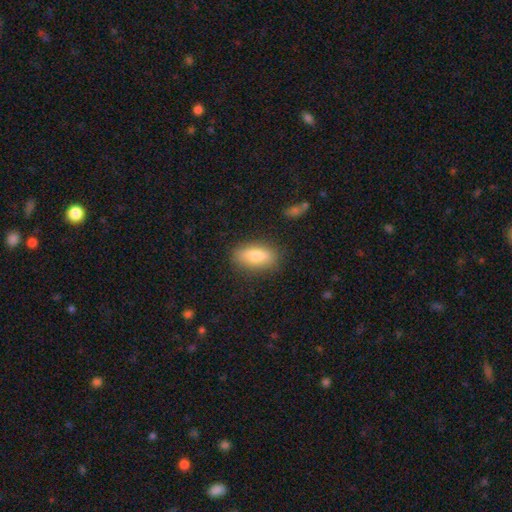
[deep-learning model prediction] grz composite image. It shows a smooth galaxy with no disk features (78%) that is in between round and cigar-shaped (76%). Merging: none (85%).